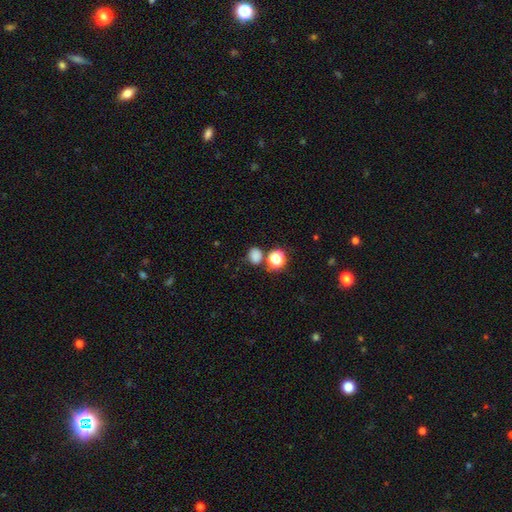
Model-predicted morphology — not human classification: Smooth or featured: smooth — 78% (star or artifact — 17%)
How rounded: round — 59% (in between — 40%)
Merging: none — 68% (merger — 16%)